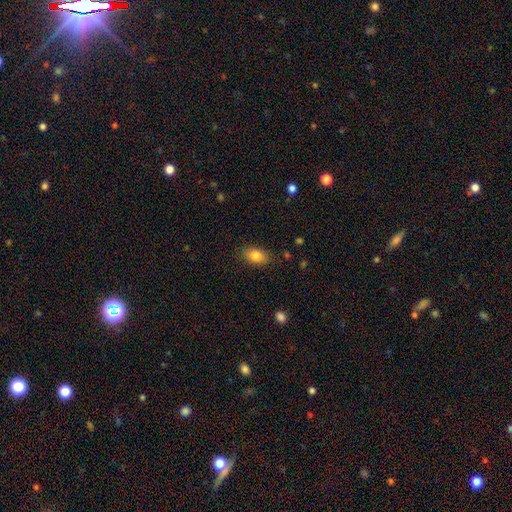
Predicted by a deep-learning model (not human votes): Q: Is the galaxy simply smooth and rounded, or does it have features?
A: smooth — 83%.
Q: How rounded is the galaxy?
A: in between — 86%.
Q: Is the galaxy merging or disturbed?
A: none — 85%.